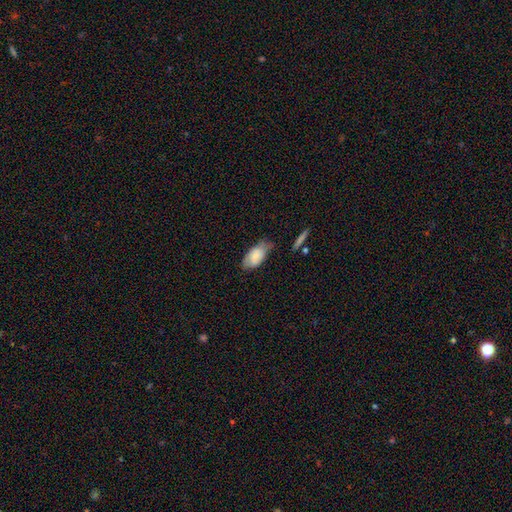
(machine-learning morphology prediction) Smooth or featured? Predicted: smooth (p=0.71). How rounded? Predicted: in between (p=0.92). Merging? Predicted: none (p=0.52).